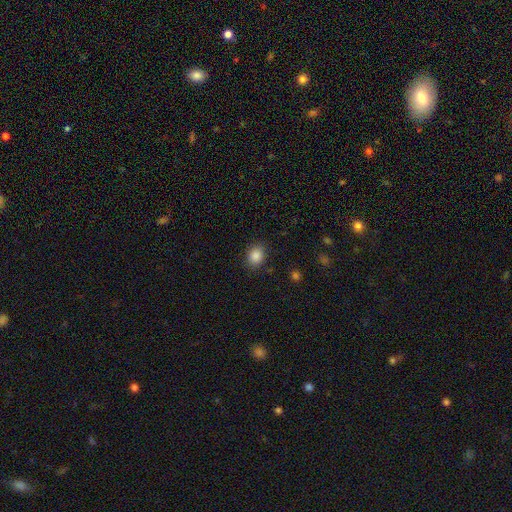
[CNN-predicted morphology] smooth_or_featured: smooth (p=0.87) [alt: star or artifact p=0.09]
how_rounded: in between (p=0.51) [alt: round p=0.48]
merging: none (p=0.86) [alt: minor disturbance p=0.10]